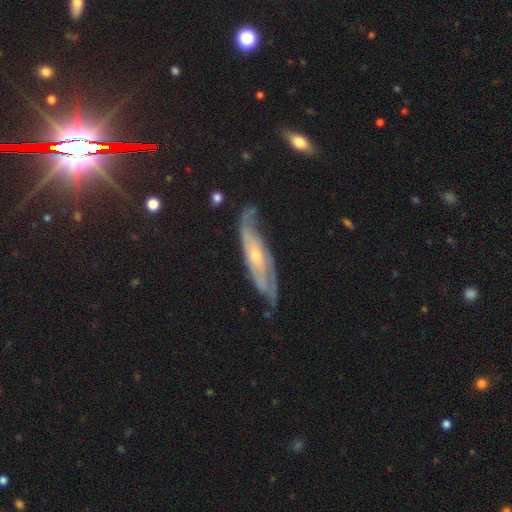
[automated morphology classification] featured or disk 80%, smooth 14%, star or artifact 6%. Down the decision tree: edge-on disk — no (74%); bar — no (68%); spiral arms — yes (91%); spiral arm count — 2 (51%); spiral winding — tight (46%); bulge size — small (64%); merging — none (64%).